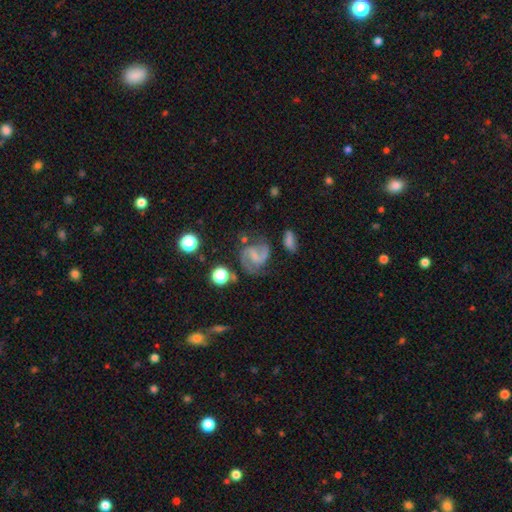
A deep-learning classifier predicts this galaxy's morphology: This is likely a featured or disk galaxy (80%). It is clearly not viewed edge-on (98%). Bar: possibly weak (51%). Spiral arm pattern: clearly yes (95%). Spiral arm count: clearly 2 (90%). Spiral winding: possibly medium (55%). Central bulge: marginally none (42%). Merging: likely none (64%).